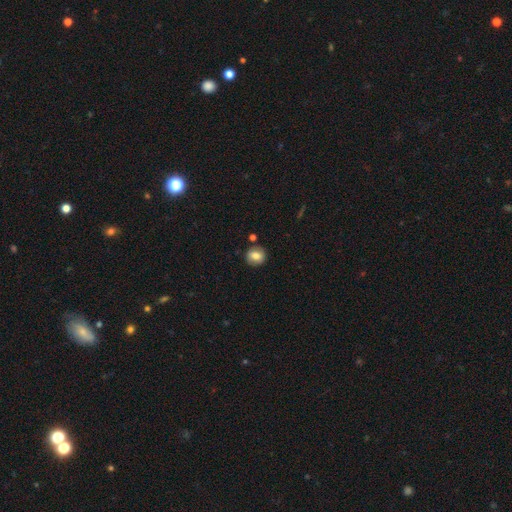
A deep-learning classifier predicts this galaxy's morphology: type=smooth (75%); roundness=round (82%); merging=none (84%).